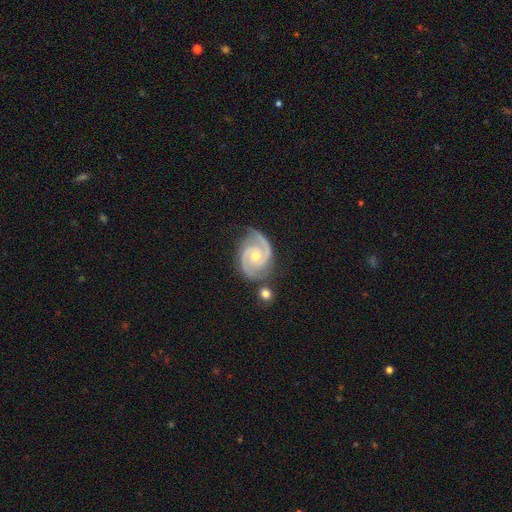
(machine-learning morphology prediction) This is clearly a featured or disk galaxy (93%). It is clearly not viewed edge-on (98%). Bar: likely no (67%). Spiral arm pattern: clearly yes (99%). Spiral arm count: clearly 2 (91%). Spiral winding: possibly tight (53%). Central bulge: possibly moderate (53%). Merging: likely none (77%).